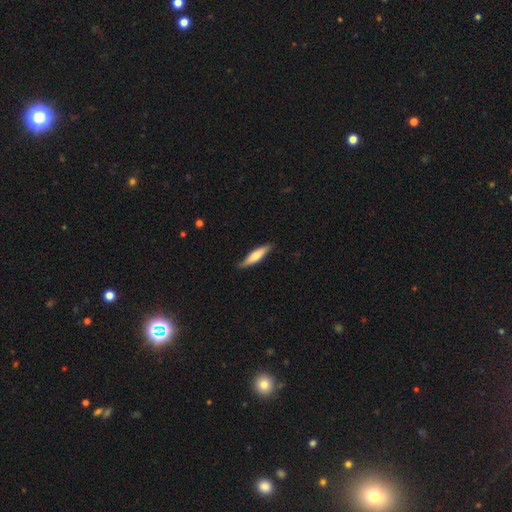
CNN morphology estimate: Overall: smooth (62%; featured or disk 33%). How rounded: cigar-shaped (78%). Merging: none (83%).